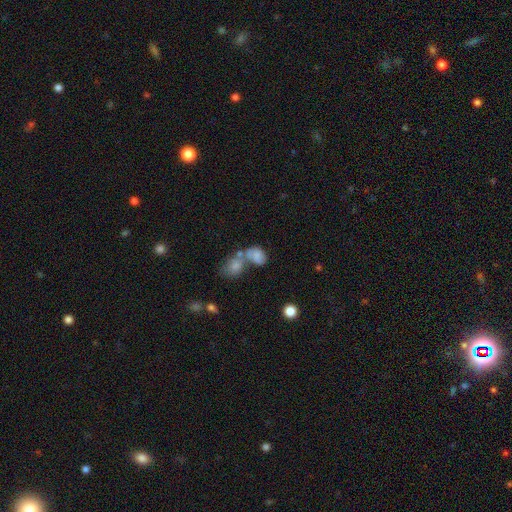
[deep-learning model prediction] Smooth or featured: smooth — 75% (featured or disk — 15%)
How rounded: in between — 79% (round — 19%)
Merging: merger — 60% (none — 21%)